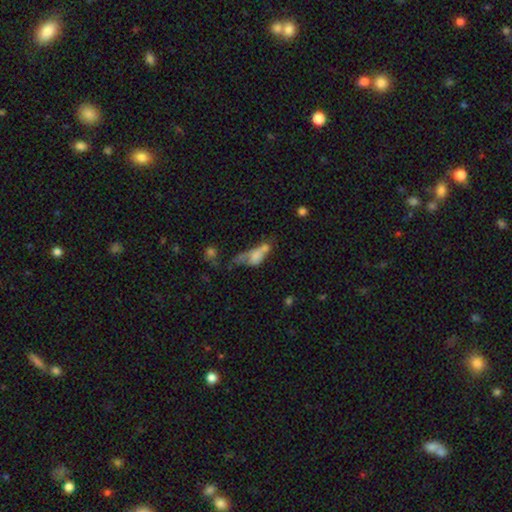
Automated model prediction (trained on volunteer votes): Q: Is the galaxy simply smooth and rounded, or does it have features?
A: smooth — 58%.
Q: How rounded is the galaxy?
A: in between — 71%.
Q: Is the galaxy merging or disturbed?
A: merger — 42%.